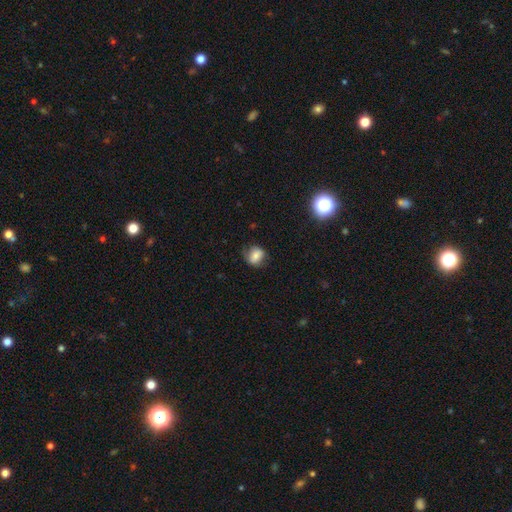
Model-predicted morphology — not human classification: smooth-or-featured: smooth: 71% | featured or disk: 19% | star or artifact: 11%
  how-rounded: round: 61% | in between: 38% | cigar-shaped: 1%
  merging: none: 63% | minor disturbance: 26% | major disturbance: 10% | merger: 1%